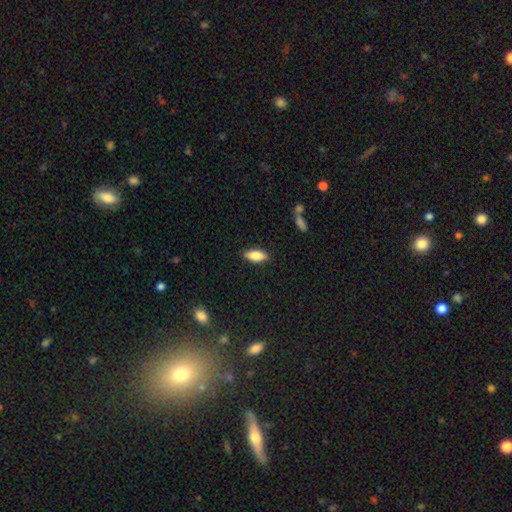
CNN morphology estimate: Q: Smooth or featured?
A: smooth (80%); runner-up: featured or disk (13%)
Q: How rounded?
A: in between (78%); runner-up: cigar-shaped (20%)
Q: Merging?
A: none (87%); runner-up: minor disturbance (10%)